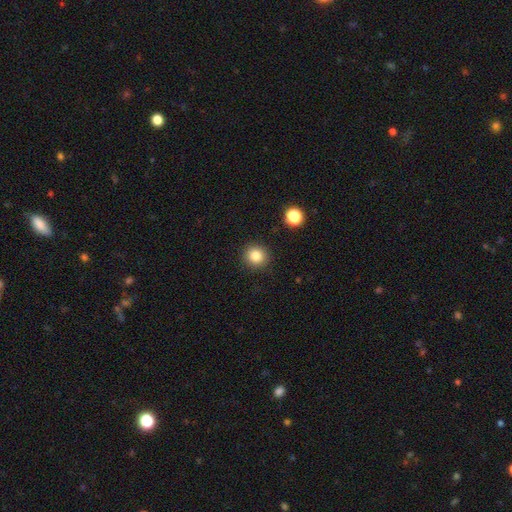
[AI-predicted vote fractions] A smooth galaxy with no disk features (84%) that is round (91%). Merging: none (91%).